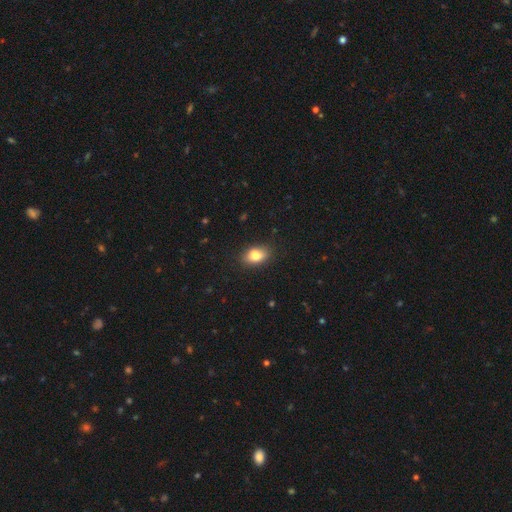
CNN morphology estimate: smooth_or_featured: smooth (p=0.82) [alt: featured or disk p=0.09]
how_rounded: in between (p=0.81) [alt: round p=0.17]
merging: none (p=0.85) [alt: minor disturbance p=0.12]